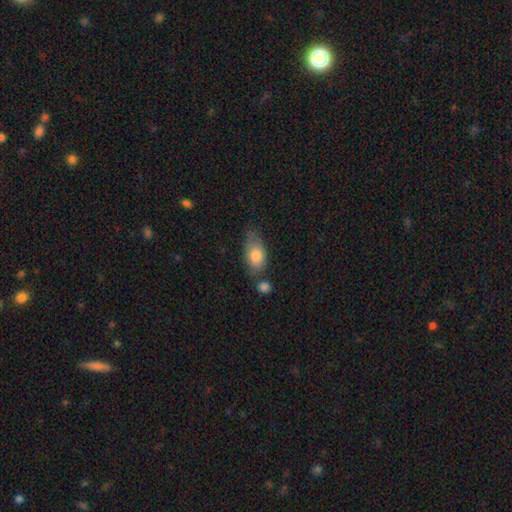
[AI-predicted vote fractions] Smooth or featured? smooth (78%)
How rounded? in between (85%)
Merging? none (46%)